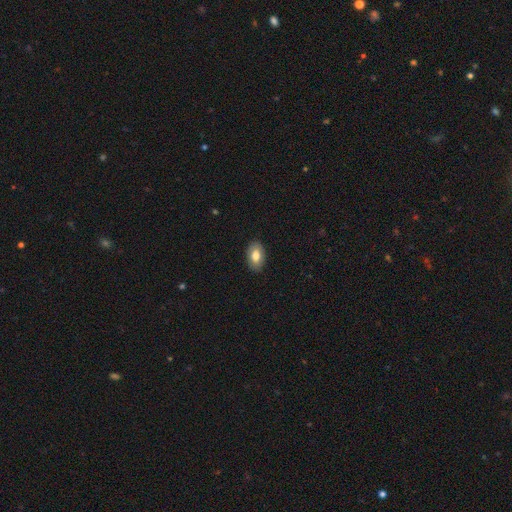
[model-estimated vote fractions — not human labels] This is likely a smooth galaxy (77%). How rounded: clearly in between (92%). Merging: clearly none (88%).